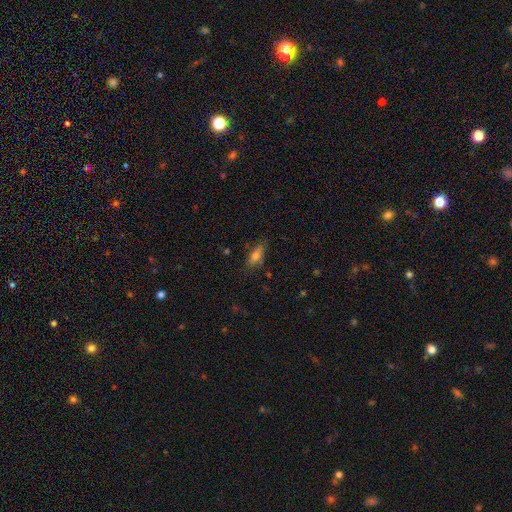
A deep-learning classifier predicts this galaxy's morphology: Smooth or featured? smooth (70%)
How rounded? in between (69%)
Merging? none (71%)